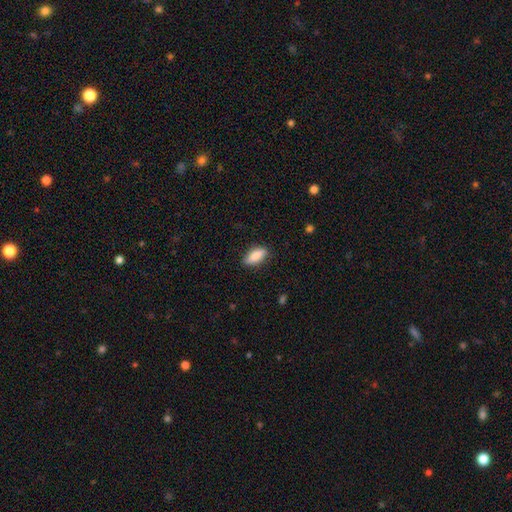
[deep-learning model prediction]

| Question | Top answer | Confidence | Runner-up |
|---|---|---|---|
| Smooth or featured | smooth | 85% | featured or disk (9%) |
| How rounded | in between | 79% | cigar-shaped (18%) |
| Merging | none | 83% | minor disturbance (13%) |